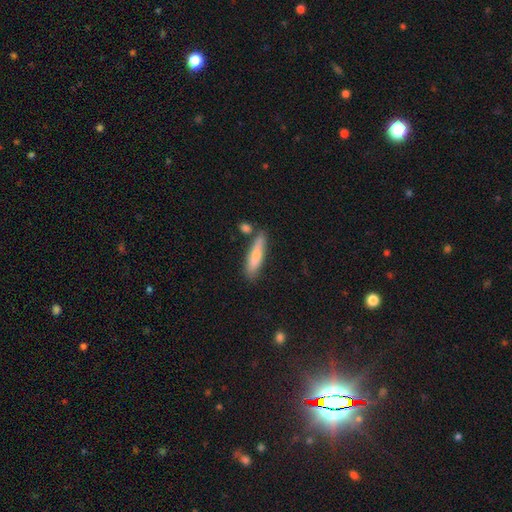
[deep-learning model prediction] Smooth or featured?
  - smooth: 70% *
  - featured or disk: 24%
  - star or artifact: 6%
How rounded?
  - cigar-shaped: 77% *
  - in between: 21%
  - round: 2%
Merging?
  - none: 72% *
  - minor disturbance: 15%
  - merger: 10%
  - major disturbance: 3%